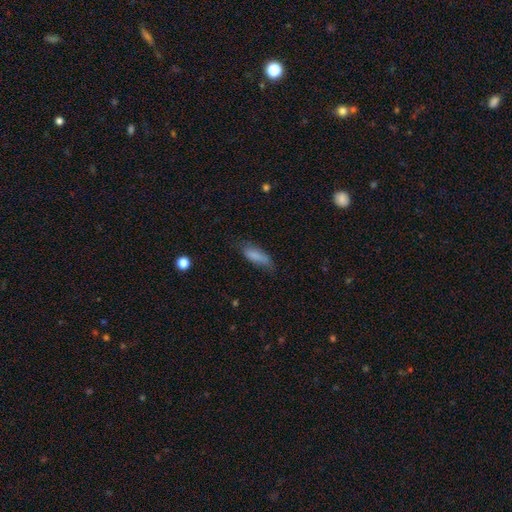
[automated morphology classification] Smooth or featured? Predicted: smooth (p=0.80). How rounded? Predicted: in between (p=0.58). Merging? Predicted: none (p=0.61).